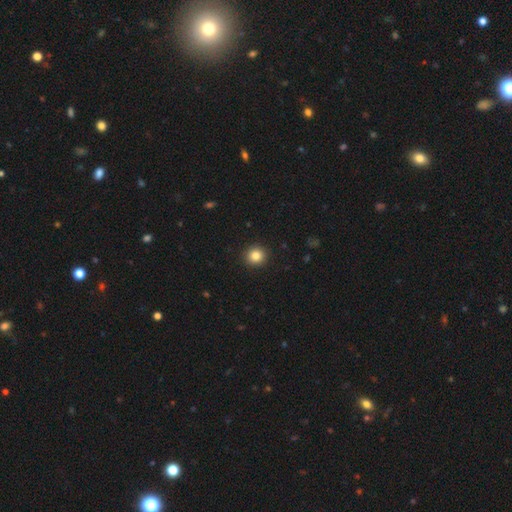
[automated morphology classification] Smooth or featured: smooth — 85% (star or artifact — 10%)
How rounded: round — 93% (in between — 7%)
Merging: none — 93% (minor disturbance — 5%)